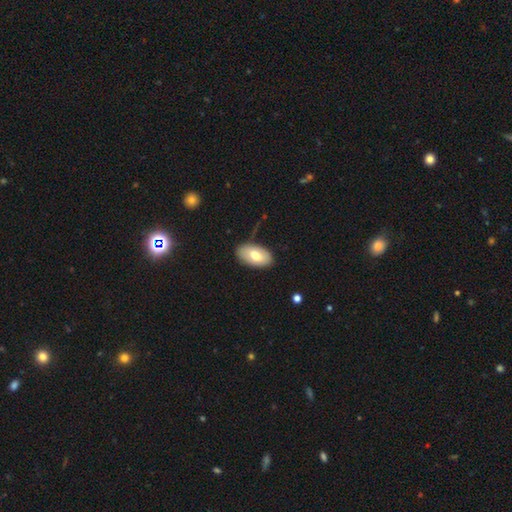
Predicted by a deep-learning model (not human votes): Smooth or featured? Predicted: smooth (p=0.70). How rounded? Predicted: in between (p=0.94). Merging? Predicted: none (p=0.82).